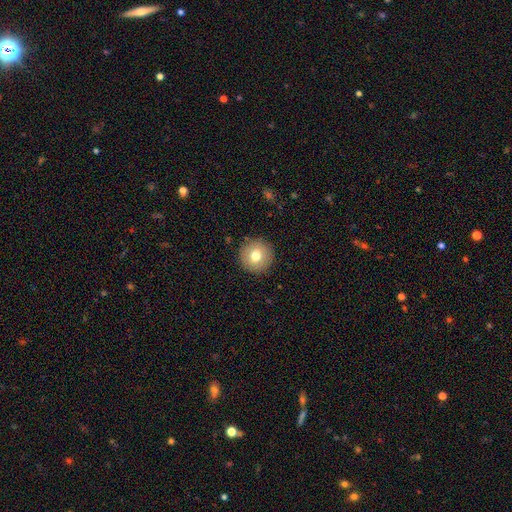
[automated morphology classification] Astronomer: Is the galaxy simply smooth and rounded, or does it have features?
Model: smooth — 75%.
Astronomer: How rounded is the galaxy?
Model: round — 96%.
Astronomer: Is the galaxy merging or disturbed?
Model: none — 92%.